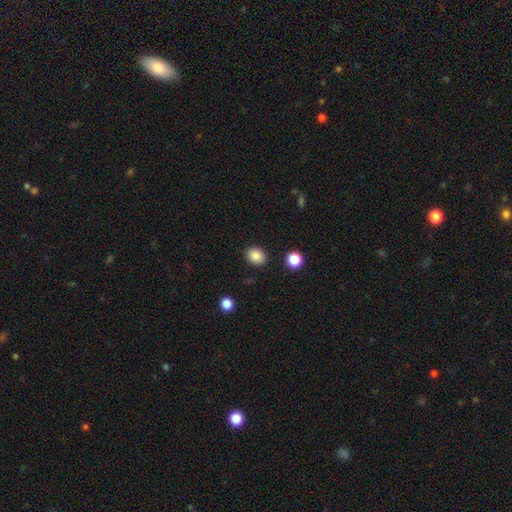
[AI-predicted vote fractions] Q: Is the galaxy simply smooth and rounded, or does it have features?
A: smooth — 86%.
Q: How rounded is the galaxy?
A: in between — 51%.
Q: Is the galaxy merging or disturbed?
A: none — 87%.